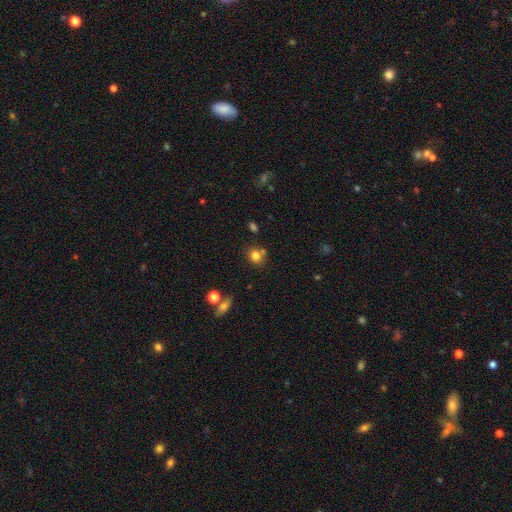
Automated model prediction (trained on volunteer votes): Smooth or featured?
  - smooth: 80% *
  - star or artifact: 13%
  - featured or disk: 8%
How rounded?
  - round: 77% *
  - in between: 22%
  - cigar-shaped: 1%
Merging?
  - none: 66% *
  - merger: 18%
  - minor disturbance: 12%
  - major disturbance: 4%